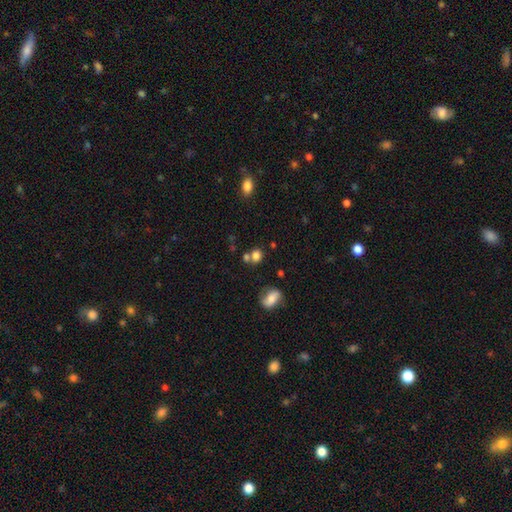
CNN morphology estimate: Smooth or featured? smooth (78%)
How rounded? round (65%)
Merging? none (55%)